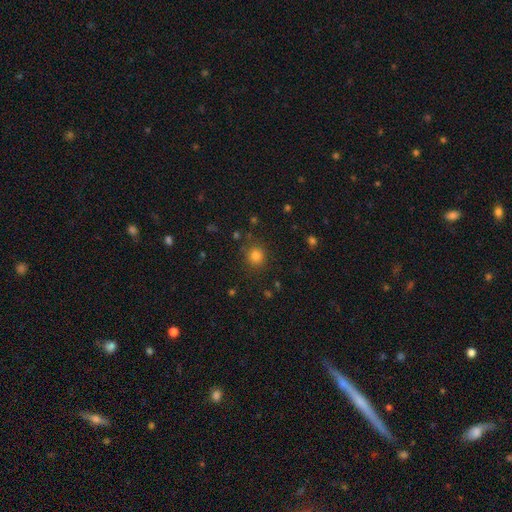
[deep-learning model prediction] This appears to be a smooth galaxy with no disk features (81%) that is round (90%). Merging: none (86%).